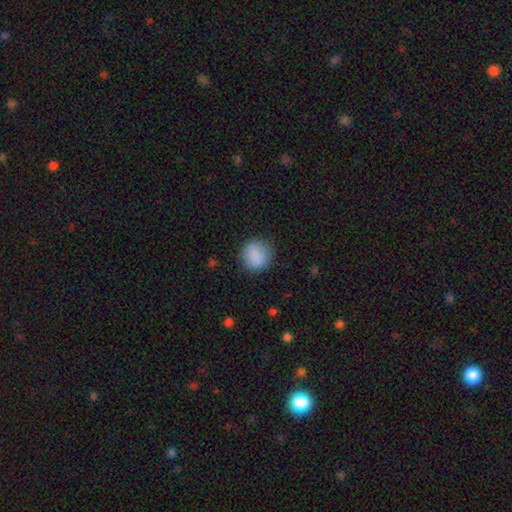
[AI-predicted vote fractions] Smooth or featured: smooth — 87% (star or artifact — 8%)
How rounded: round — 86% (in between — 13%)
Merging: none — 83% (minor disturbance — 12%)